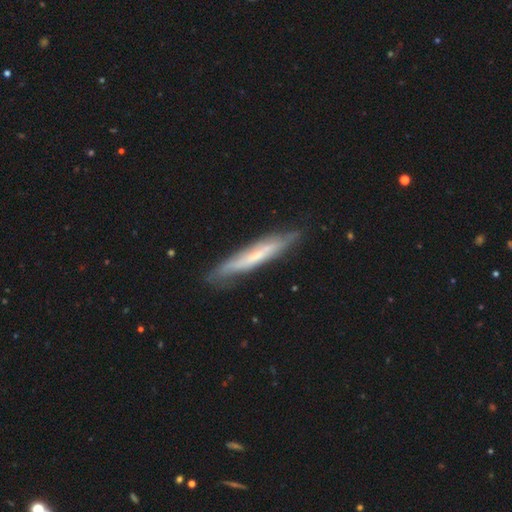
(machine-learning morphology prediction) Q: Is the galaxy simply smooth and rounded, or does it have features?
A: featured or disk — 58%.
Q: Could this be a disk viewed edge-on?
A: yes — 75%.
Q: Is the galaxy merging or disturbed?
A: none — 78%.